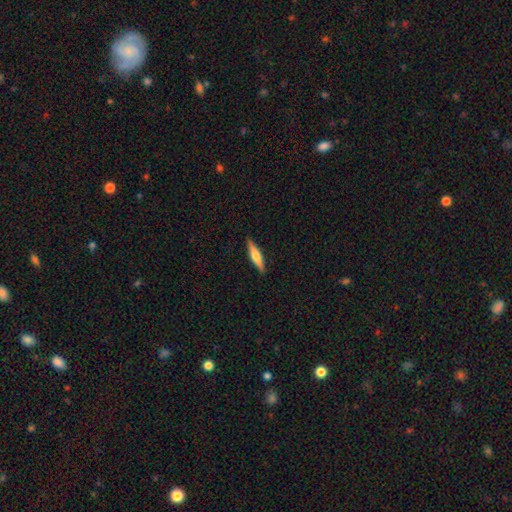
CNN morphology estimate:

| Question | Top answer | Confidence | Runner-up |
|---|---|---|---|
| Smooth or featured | smooth | 48% | featured or disk (46%) |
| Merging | none | 91% | minor disturbance (7%) |